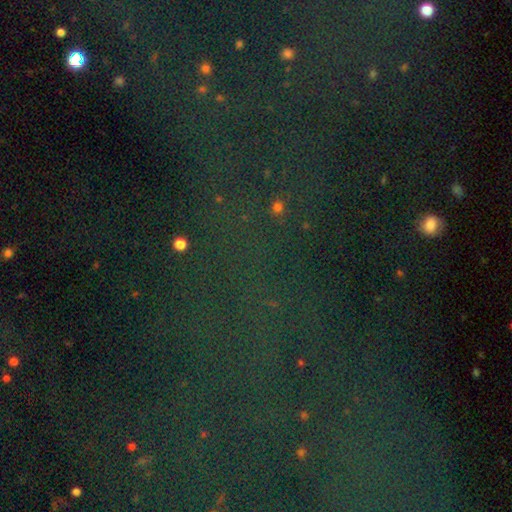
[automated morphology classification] Smooth or featured?
  - star or artifact: 77% *
  - smooth: 14%
  - featured or disk: 9%